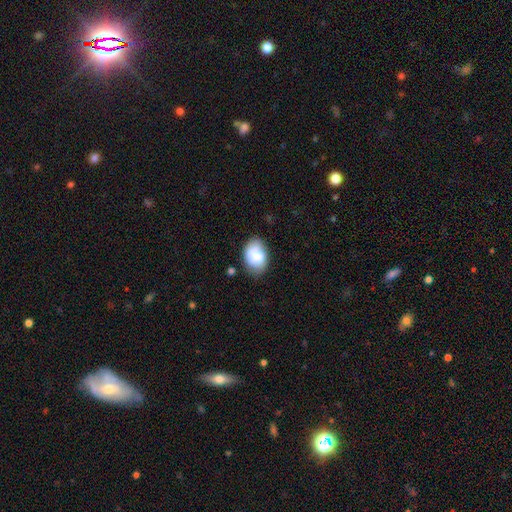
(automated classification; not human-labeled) A smooth galaxy with no disk features (75%) that is in between round and cigar-shaped (80%).

Vote fractions:
- Smooth or featured? smooth: 75% / featured or disk: 17% / star or artifact: 8%
- How rounded? in between: 80% / round: 19% / cigar-shaped: 1%
- Merging? none: 61% / minor disturbance: 24% / merger: 9% / major disturbance: 6%